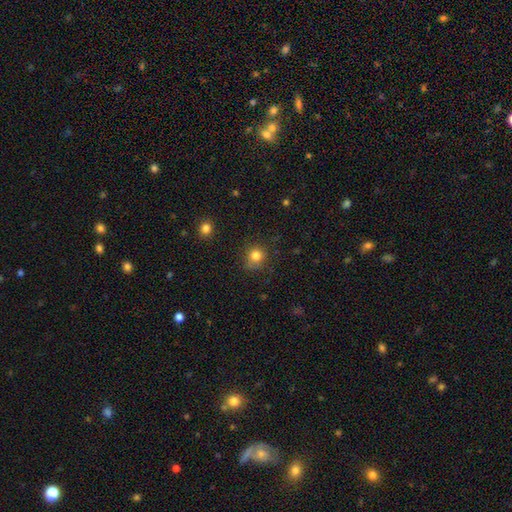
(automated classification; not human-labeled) Smooth or featured? smooth (81%)
How rounded? round (85%)
Merging? none (74%)